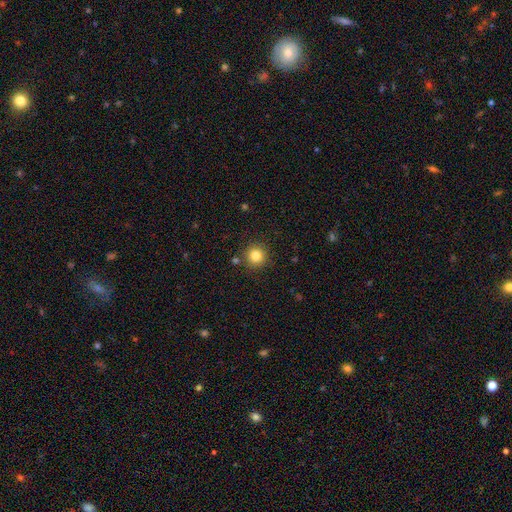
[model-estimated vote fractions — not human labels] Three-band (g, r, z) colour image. It shows a smooth galaxy with no disk features (83%) that is round (95%). Merging: none (88%).